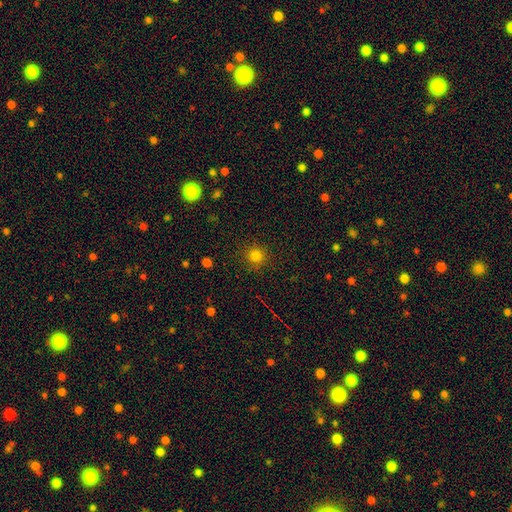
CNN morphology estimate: Smooth or featured?
  - smooth: 81% *
  - star or artifact: 15%
  - featured or disk: 5%
How rounded?
  - round: 94% *
  - in between: 5%
  - cigar-shaped: 1%
Merging?
  - none: 90% *
  - minor disturbance: 7%
  - major disturbance: 3%
  - merger: 1%